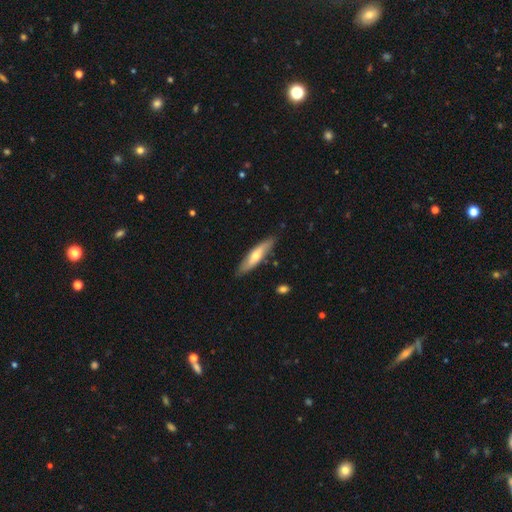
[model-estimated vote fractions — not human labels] Smooth or featured? Predicted: smooth (p=0.52). How rounded? Predicted: cigar-shaped (p=0.72). Merging? Predicted: none (p=0.84).